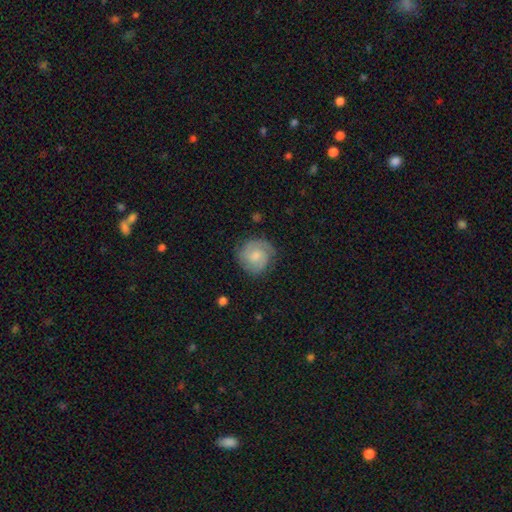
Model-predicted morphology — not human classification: This appears to be a featured or disk galaxy (62%) with no bar (57%), 2 (64%) tight (52%) spiral arms (94%) and a moderate central bulge (41%). Merging: none (80%).